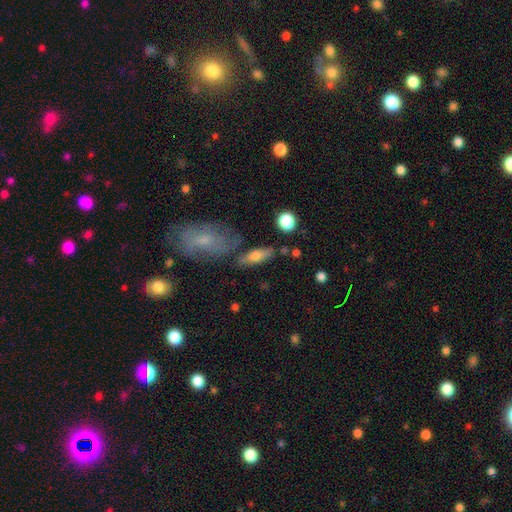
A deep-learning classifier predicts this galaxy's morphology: Smooth or featured: smooth — 61% (featured or disk — 30%)
How rounded: in between — 54% (cigar-shaped — 39%)
Merging: none — 69% (minor disturbance — 16%)